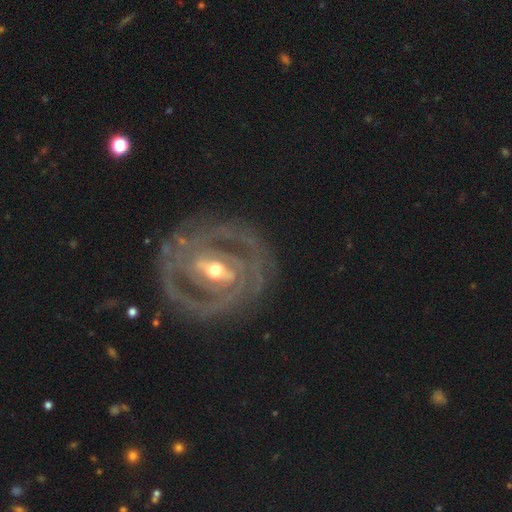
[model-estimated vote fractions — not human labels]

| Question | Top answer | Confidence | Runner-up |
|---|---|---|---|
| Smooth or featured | featured or disk | 87% | smooth (7%) |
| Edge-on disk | no | 94% | yes (6%) |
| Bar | strong | 52% | weak (32%) |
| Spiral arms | yes | 85% | no (15%) |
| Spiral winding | tight | 68% | medium (25%) |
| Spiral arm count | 2 | 46% | can't tell (24%) |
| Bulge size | moderate | 54% | small (40%) |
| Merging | none | 77% | minor disturbance (13%) |